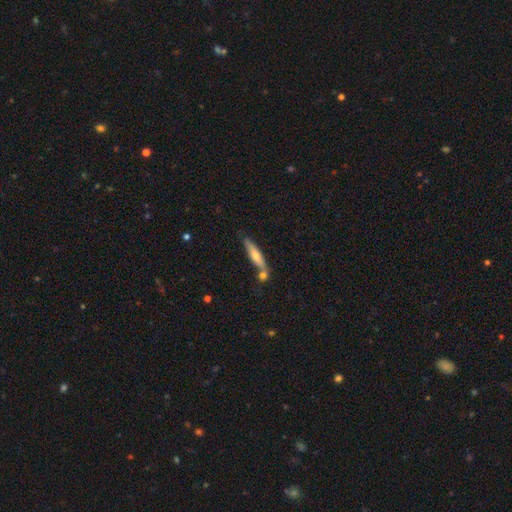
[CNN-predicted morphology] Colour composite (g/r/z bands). It shows a featured or disk galaxy (48%). Merging: none (68%).